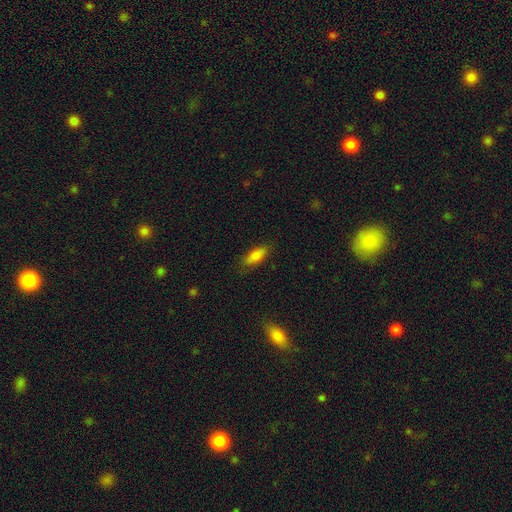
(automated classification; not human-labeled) smooth_or_featured: smooth (p=0.81) [alt: featured or disk p=0.12]
how_rounded: in between (p=0.72) [alt: cigar-shaped p=0.26]
merging: none (p=0.82) [alt: minor disturbance p=0.14]